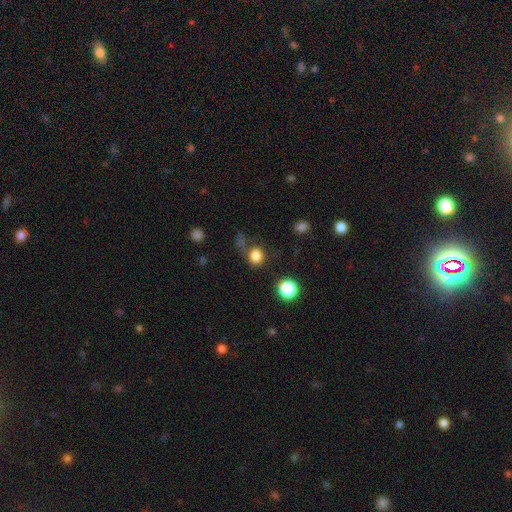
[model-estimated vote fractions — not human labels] Smooth or featured: smooth — 81% (star or artifact — 13%)
How rounded: round — 71% (in between — 28%)
Merging: none — 55% (minor disturbance — 18%)